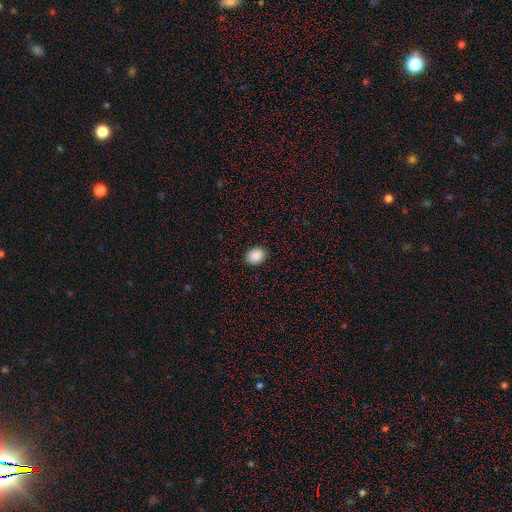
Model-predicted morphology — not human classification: type=smooth (89%); roundness=round (50%); merging=none (90%).